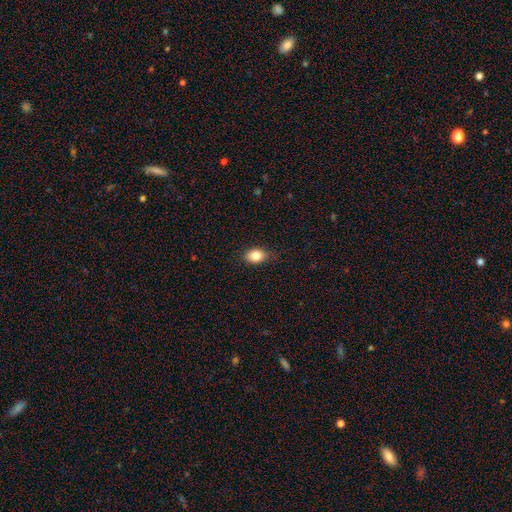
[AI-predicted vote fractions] smooth-or-featured: smooth: 84% | star or artifact: 9% | featured or disk: 7%
  how-rounded: in between: 78% | round: 20% | cigar-shaped: 2%
  merging: none: 82% | minor disturbance: 15% | major disturbance: 3% | merger: 1%